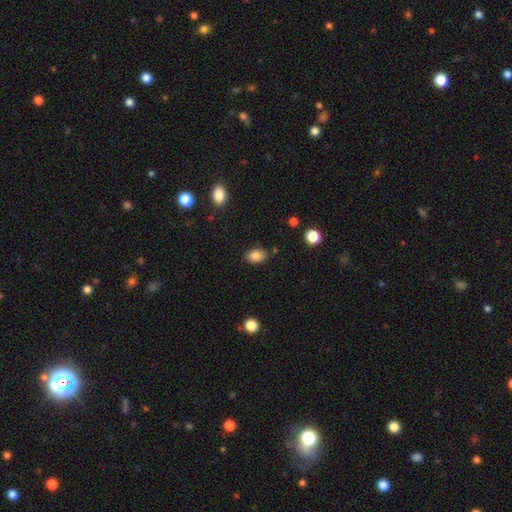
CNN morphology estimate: A smooth galaxy with no disk features (85%) that is in between round and cigar-shaped (81%).

Vote fractions:
- Smooth or featured? smooth: 85% / star or artifact: 9% / featured or disk: 6%
- How rounded? in between: 81% / round: 17% / cigar-shaped: 1%
- Merging? none: 82% / minor disturbance: 13% / major disturbance: 3% / merger: 2%